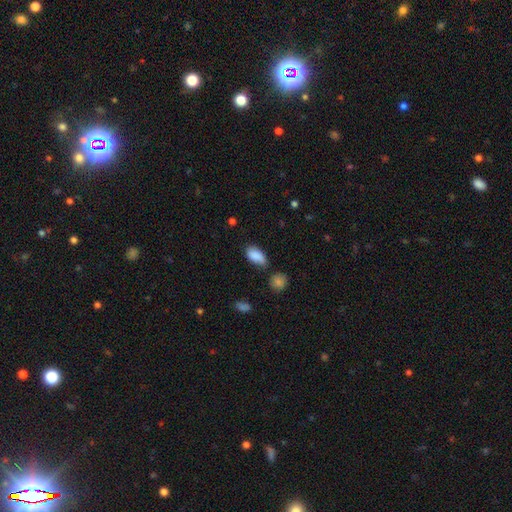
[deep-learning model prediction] smooth_or_featured: smooth (p=0.87) [alt: star or artifact p=0.08]
how_rounded: in between (p=0.92) [alt: round p=0.04]
merging: none (p=0.66) [alt: minor disturbance p=0.23]